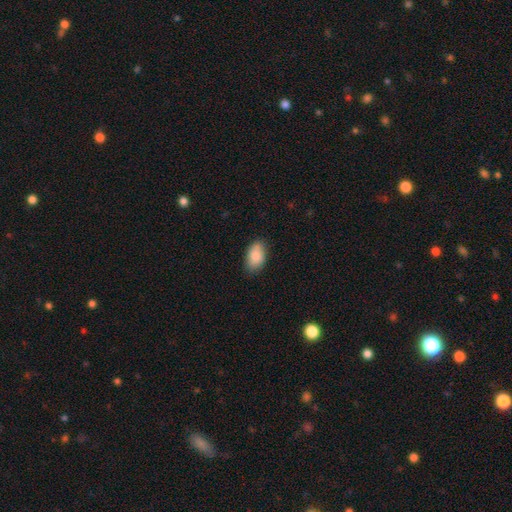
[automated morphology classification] Q: Smooth or featured?
A: smooth (88%); runner-up: star or artifact (7%)
Q: How rounded?
A: in between (92%); runner-up: round (6%)
Q: Merging?
A: none (80%); runner-up: minor disturbance (16%)